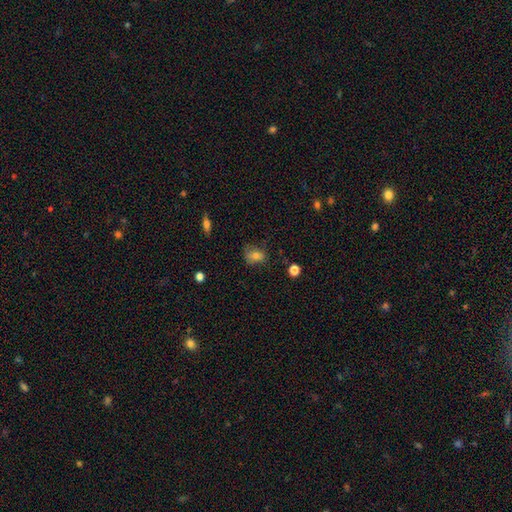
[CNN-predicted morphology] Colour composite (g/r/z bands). It shows a smooth galaxy with no disk features (73%) that is in between round and cigar-shaped (66%). Merging: none (55%).